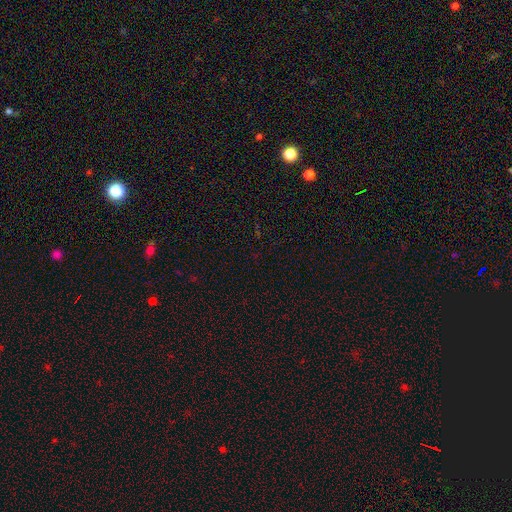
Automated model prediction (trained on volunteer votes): Morphology: type=star or artifact (70%).